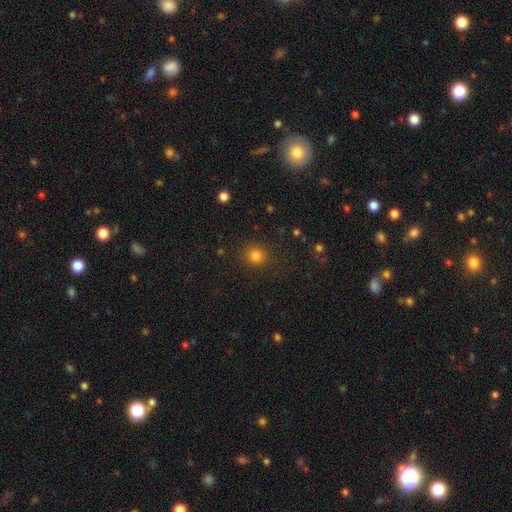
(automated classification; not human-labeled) This appears to be a smooth galaxy with no disk features (81%) that is round (87%). Merging: none (88%).